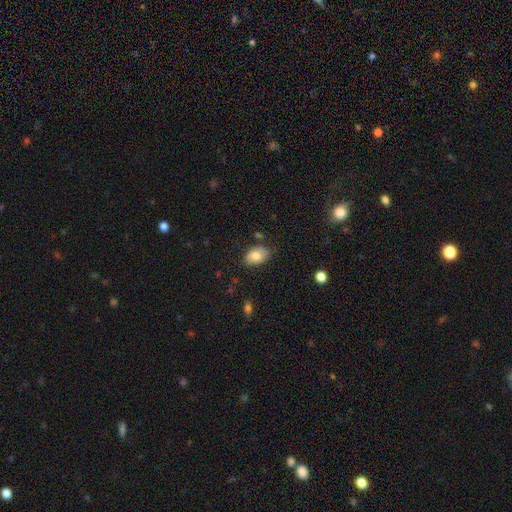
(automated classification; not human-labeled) Smooth or featured: smooth — 77% (featured or disk — 15%)
How rounded: in between — 87% (round — 12%)
Merging: none — 74% (minor disturbance — 20%)